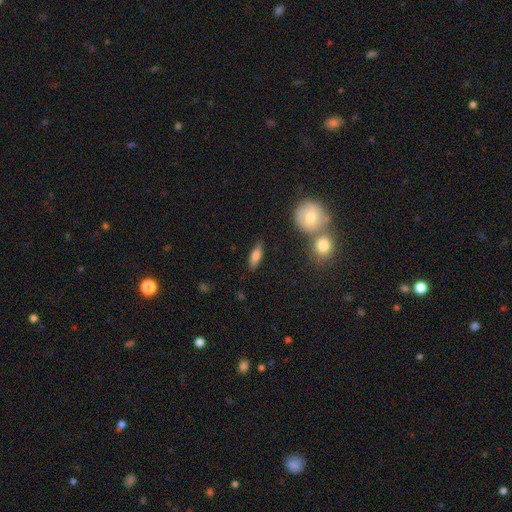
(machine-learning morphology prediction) Smooth or featured? Predicted: smooth (p=0.69). How rounded? Predicted: in between (p=0.58). Merging? Predicted: none (p=0.81).